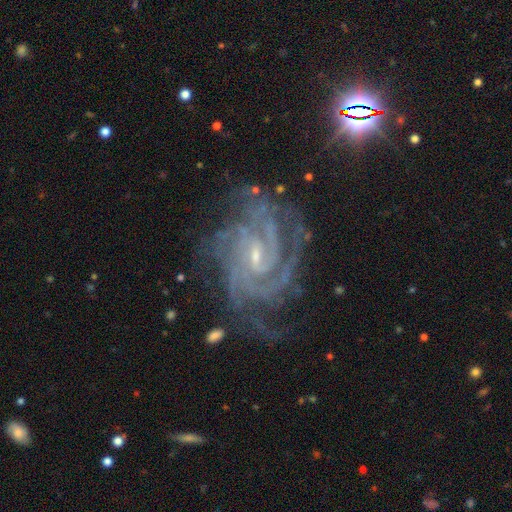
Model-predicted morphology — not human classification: smooth_or_featured: featured or disk (p=0.90) [alt: star or artifact p=0.07]
disk_edge_on: no (p=0.98) [alt: yes p=0.02]
bar: weak (p=0.52) [alt: strong p=0.25]
has_spiral_arms: yes (p=0.99) [alt: no p=0.01]
spiral_winding: tight (p=0.70) [alt: medium p=0.27]
spiral_arm_count: 4 (p=0.27) [alt: 3 p=0.21]
bulge_size: small (p=0.76) [alt: moderate p=0.19]
merging: none (p=0.69) [alt: minor disturbance p=0.19]